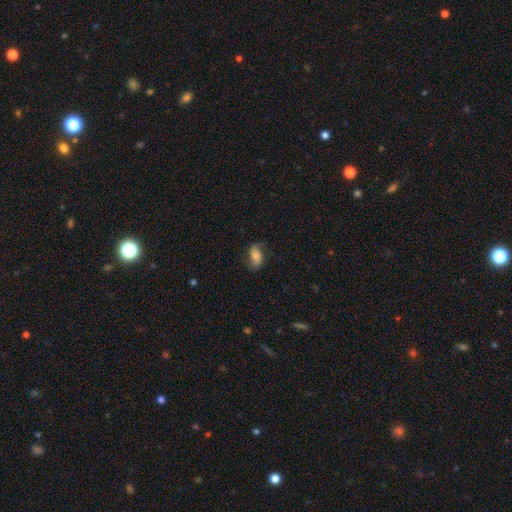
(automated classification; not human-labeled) A smooth galaxy with no disk features (48%).

Vote fractions:
- Smooth or featured? smooth: 48% / featured or disk: 44% / star or artifact: 9%
- Merging? none: 69% / minor disturbance: 21% / major disturbance: 9% / merger: 1%